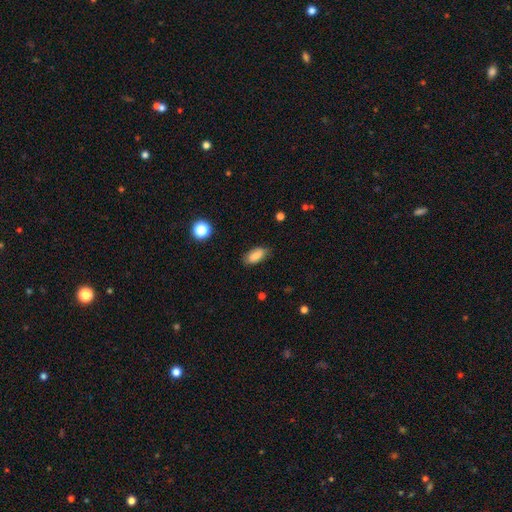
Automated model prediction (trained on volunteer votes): smooth_or_featured: smooth (p=0.84) [alt: star or artifact p=0.08]
how_rounded: in between (p=0.90) [alt: cigar-shaped p=0.06]
merging: none (p=0.80) [alt: minor disturbance p=0.15]